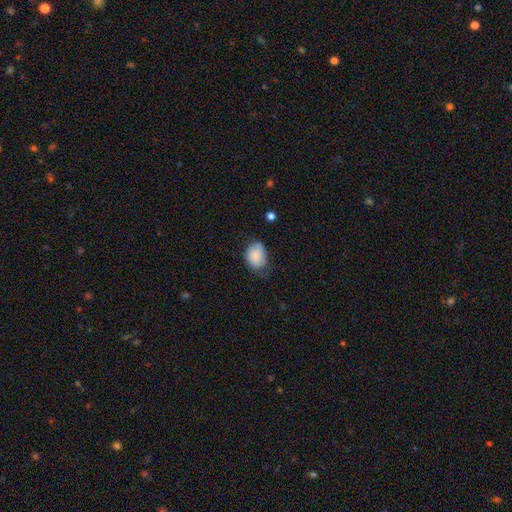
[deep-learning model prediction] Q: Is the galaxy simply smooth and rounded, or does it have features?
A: smooth — 84%.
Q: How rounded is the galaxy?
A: in between — 61%.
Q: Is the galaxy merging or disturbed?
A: none — 50%.